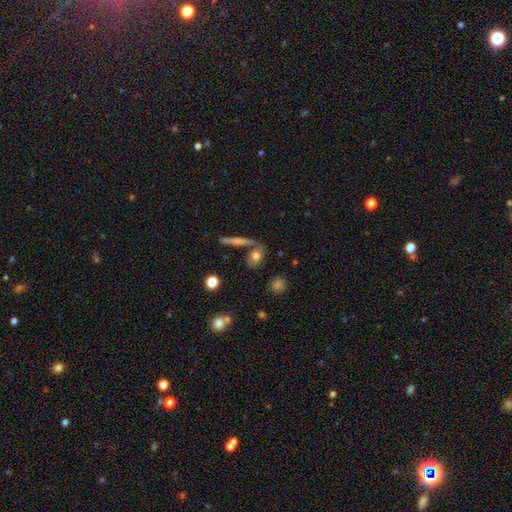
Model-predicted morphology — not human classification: The model was most divided on "how rounded": in between: 64%, round: 20%, cigar-shaped: 16%. More confident: smooth or featured — smooth (72%); merging — none (68%).